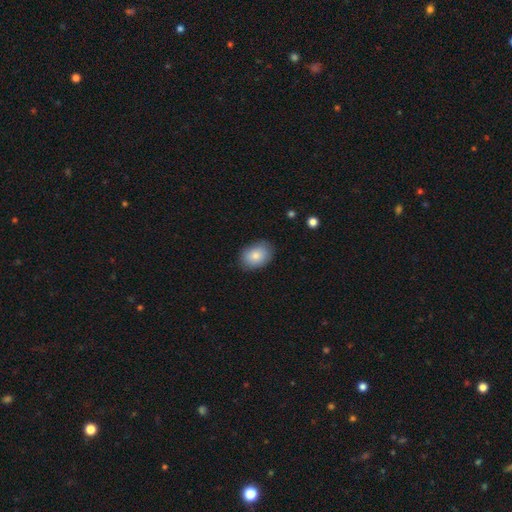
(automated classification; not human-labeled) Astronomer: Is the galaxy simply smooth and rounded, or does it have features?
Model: smooth — 83%.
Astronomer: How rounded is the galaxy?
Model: in between — 79%.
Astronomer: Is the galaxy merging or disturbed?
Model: none — 82%.